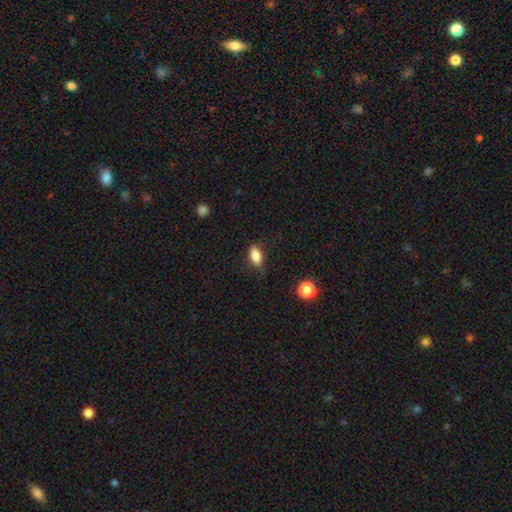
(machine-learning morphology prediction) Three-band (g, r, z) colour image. It shows a smooth galaxy with no disk features (83%) that is in between round and cigar-shaped (86%). Merging: none (68%).